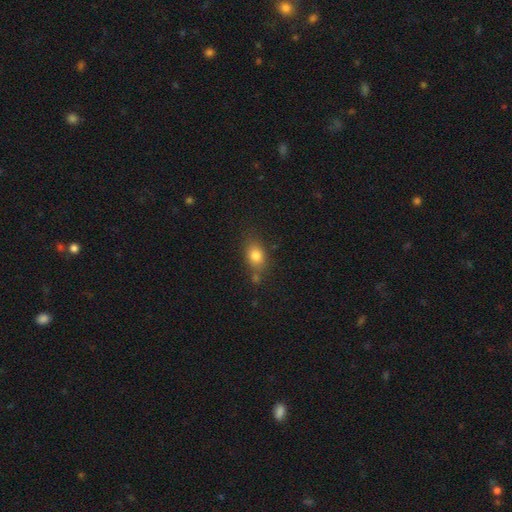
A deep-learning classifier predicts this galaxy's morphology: type=smooth (80%); roundness=in between (67%); merging=none (68%).